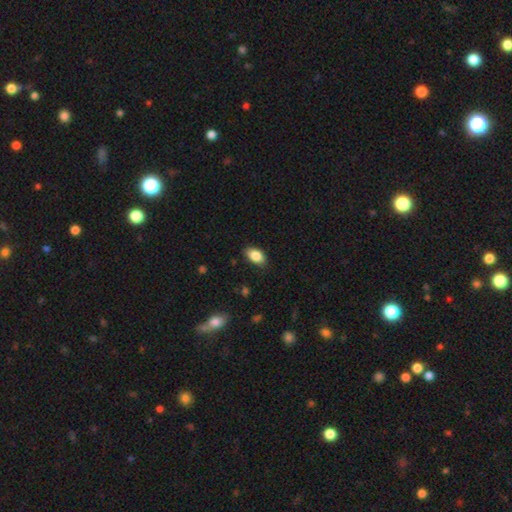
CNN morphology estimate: Q: Smooth or featured?
A: smooth (85%); runner-up: featured or disk (8%)
Q: How rounded?
A: in between (91%); runner-up: round (7%)
Q: Merging?
A: none (83%); runner-up: minor disturbance (14%)